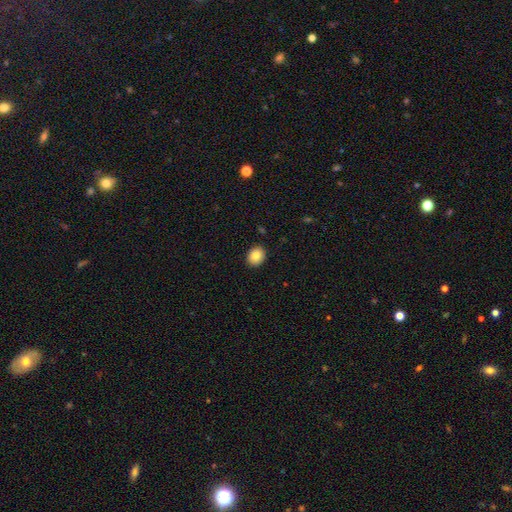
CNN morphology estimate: Smooth or featured? Predicted: smooth (p=0.85). How rounded? Predicted: round (p=0.53). Merging? Predicted: none (p=0.91).